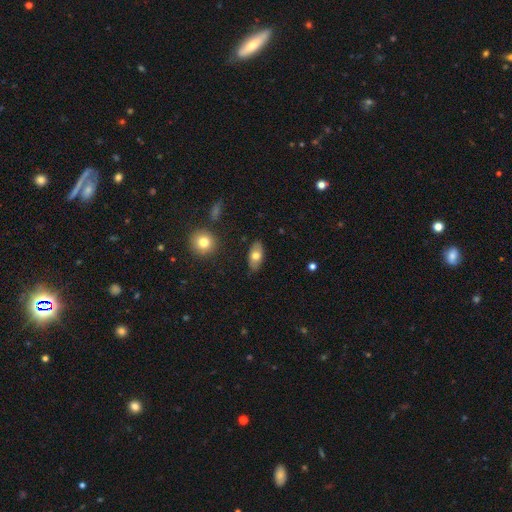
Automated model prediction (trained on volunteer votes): This is likely a smooth galaxy (70%). How rounded: clearly in between (88%). Merging: clearly none (85%).